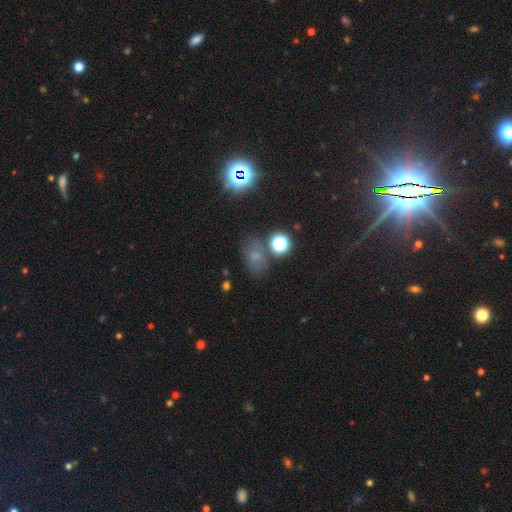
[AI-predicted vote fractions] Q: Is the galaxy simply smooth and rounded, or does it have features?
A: smooth — 55%.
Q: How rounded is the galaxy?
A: in between — 68%.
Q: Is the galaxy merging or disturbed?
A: none — 67%.